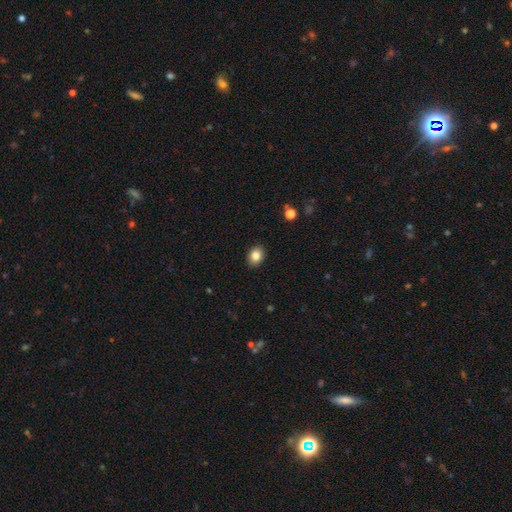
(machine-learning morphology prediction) Smooth or featured? Predicted: smooth (p=0.84). How rounded? Predicted: in between (p=0.56). Merging? Predicted: none (p=0.90).